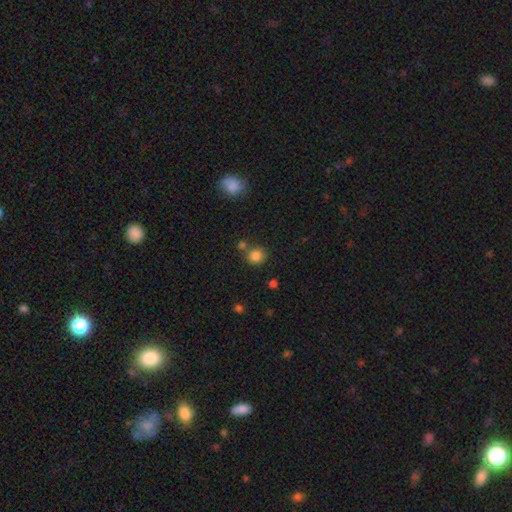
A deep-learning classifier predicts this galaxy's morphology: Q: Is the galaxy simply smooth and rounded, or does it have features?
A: smooth — 83%.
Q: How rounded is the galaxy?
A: round — 86%.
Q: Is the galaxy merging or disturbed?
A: none — 71%.